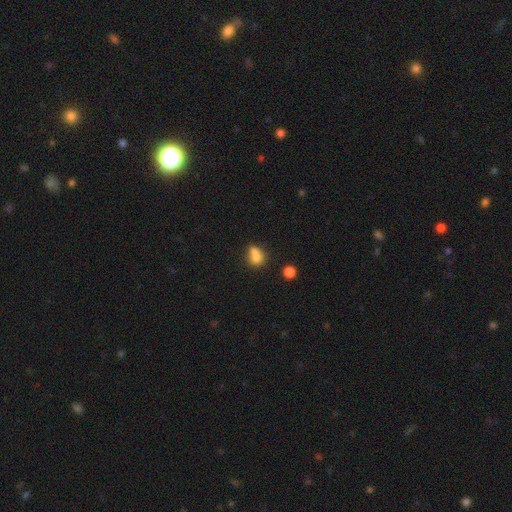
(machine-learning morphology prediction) Smooth or featured?
  - smooth: 74% *
  - featured or disk: 14%
  - star or artifact: 12%
How rounded?
  - in between: 54% *
  - round: 42%
  - cigar-shaped: 4%
Merging?
  - merger: 45% *
  - none: 34%
  - minor disturbance: 14%
  - major disturbance: 7%